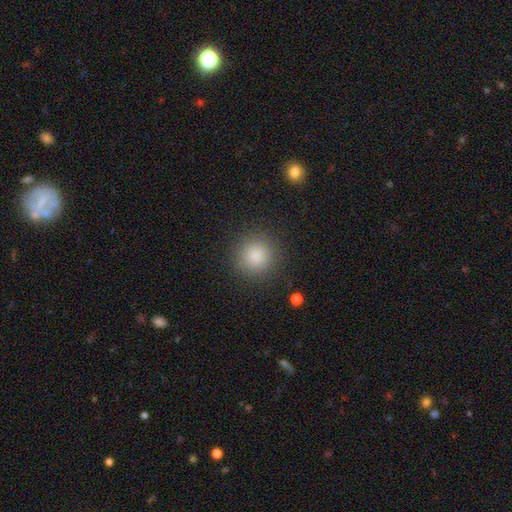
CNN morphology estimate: Smooth or featured? smooth (85%)
How rounded? round (94%)
Merging? none (89%)